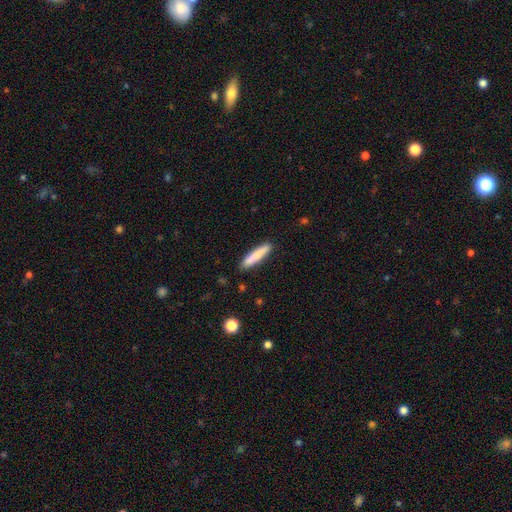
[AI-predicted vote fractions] Overall: smooth (79%). How rounded: cigar-shaped (89%). Merging: none (90%).